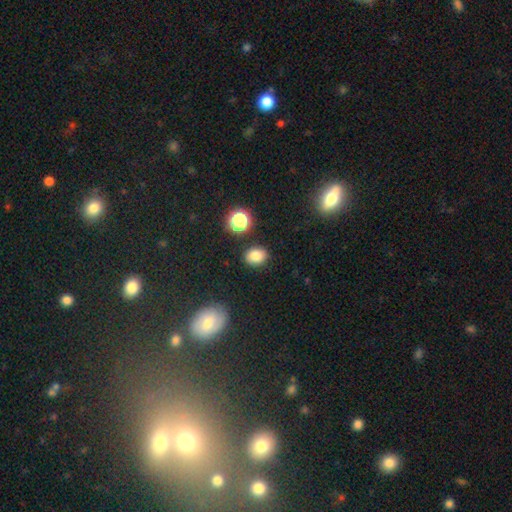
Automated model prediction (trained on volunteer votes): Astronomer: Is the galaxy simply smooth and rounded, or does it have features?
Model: smooth — 82%.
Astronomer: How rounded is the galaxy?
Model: in between — 56% (runner-up: round, 43%).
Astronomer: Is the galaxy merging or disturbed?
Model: none — 85%.